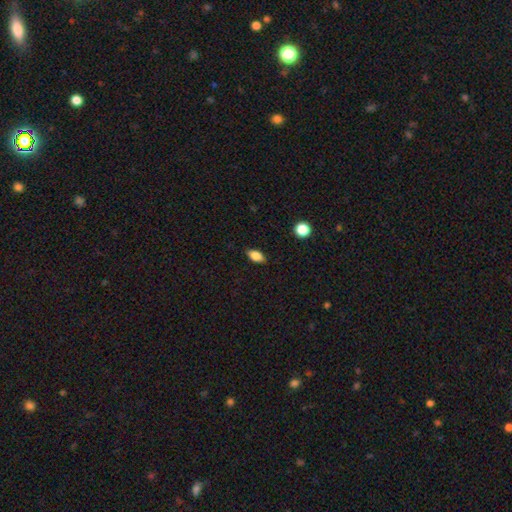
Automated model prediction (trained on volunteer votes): Smooth or featured: smooth — 84% (star or artifact — 8%)
How rounded: in between — 88% (round — 6%)
Merging: none — 87% (minor disturbance — 10%)